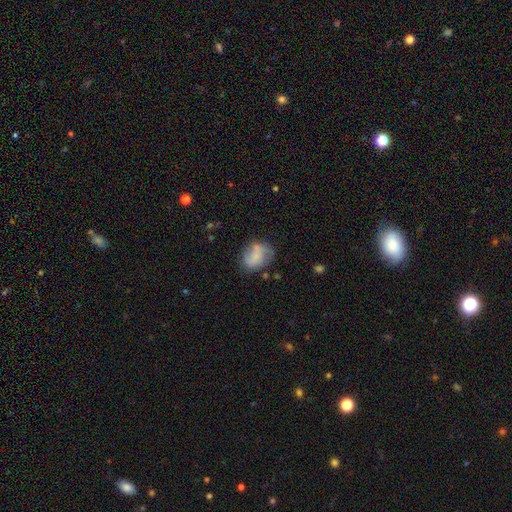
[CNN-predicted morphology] This appears to be a smooth galaxy with no disk features (57%) that is in between round and cigar-shaped (62%). Merging: none (57%).